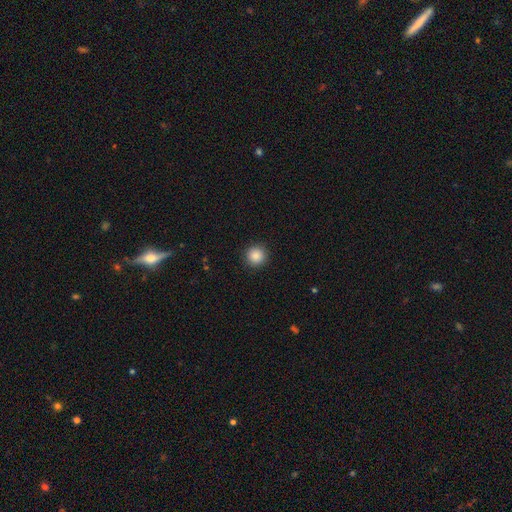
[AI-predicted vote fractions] smooth-or-featured: smooth: 87% | star or artifact: 10% | featured or disk: 3%
  how-rounded: round: 95% | in between: 4% | cigar-shaped: 1%
  merging: none: 92% | minor disturbance: 5% | major disturbance: 2% | merger: 1%